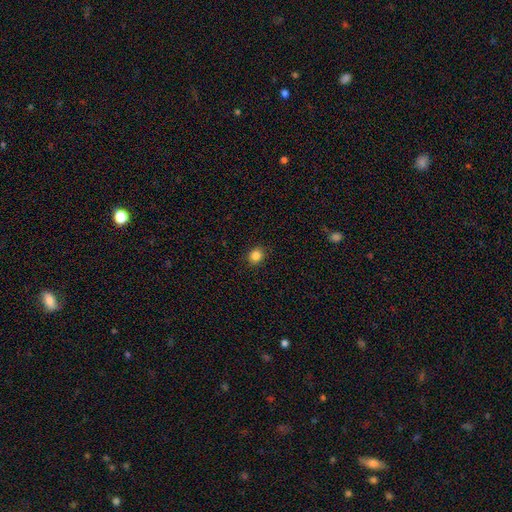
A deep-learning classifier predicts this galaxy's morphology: Overall: smooth (85%). How rounded: round (70%). Merging: none (91%).